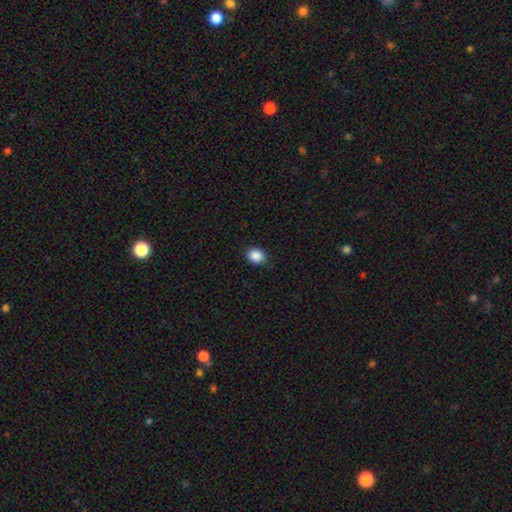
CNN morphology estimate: The model was most divided on "how rounded": in between: 54%, round: 45%, cigar-shaped: 1%. More confident: smooth or featured — smooth (88%); merging — none (86%).